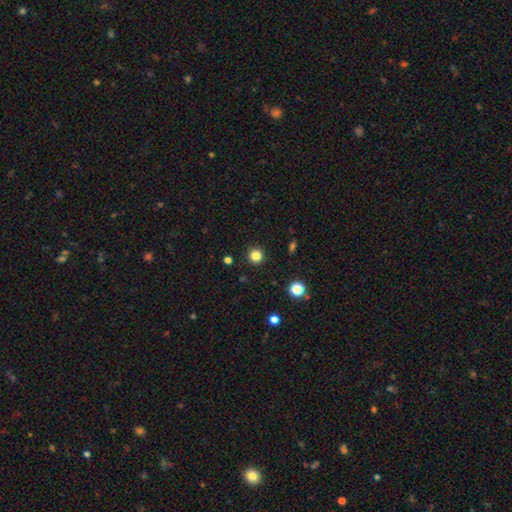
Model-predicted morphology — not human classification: Smooth or featured?
  - smooth: 83% *
  - star or artifact: 13%
  - featured or disk: 4%
How rounded?
  - round: 95% *
  - in between: 4%
  - cigar-shaped: 1%
Merging?
  - none: 93% *
  - minor disturbance: 4%
  - major disturbance: 2%
  - merger: 1%